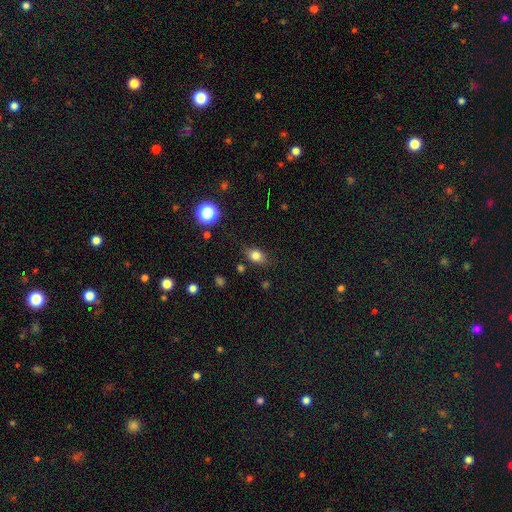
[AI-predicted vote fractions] This is likely a smooth galaxy (79%). How rounded: likely in between (69%). Merging: likely none (78%).